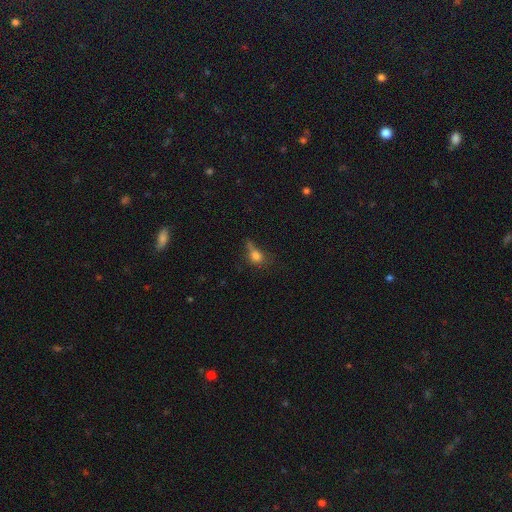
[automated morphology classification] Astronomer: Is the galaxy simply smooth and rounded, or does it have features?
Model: smooth — 71%.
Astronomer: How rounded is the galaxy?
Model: in between — 48% (runner-up: round, 46%).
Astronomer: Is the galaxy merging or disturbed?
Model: none — 36% (runner-up: minor disturbance, 29%).